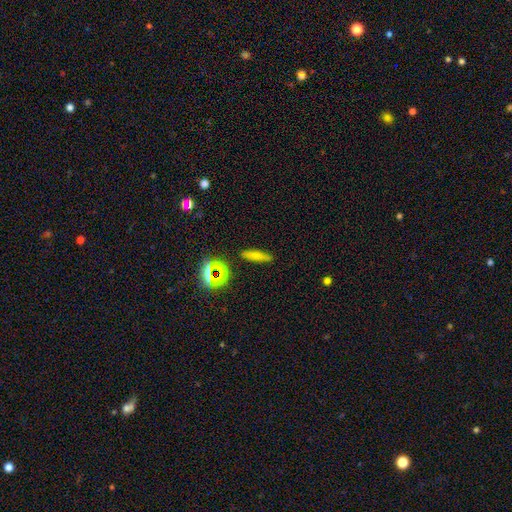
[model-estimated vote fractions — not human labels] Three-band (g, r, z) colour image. It shows a smooth galaxy with no disk features (70%) that is cigar-shaped (76%). Merging: none (85%).